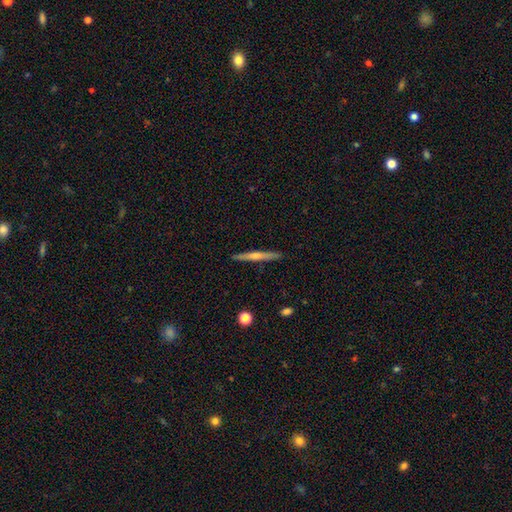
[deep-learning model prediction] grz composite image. It shows a featured or disk galaxy (70%) viewed edge-on (98%) with a rounded central bulge (81%). Merging: none (92%).